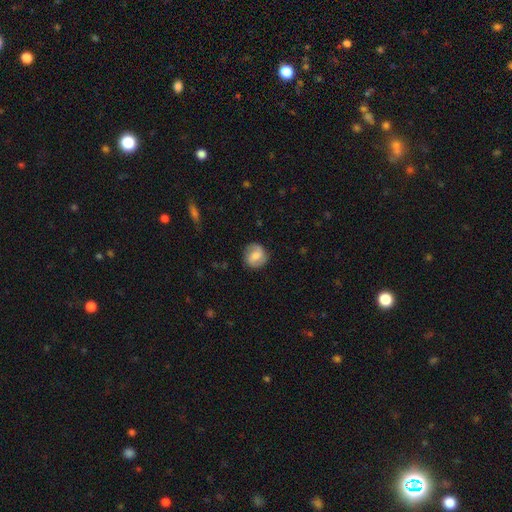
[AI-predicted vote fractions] This appears to be a smooth galaxy with no disk features (57%) that is round (85%). Merging: none (81%).